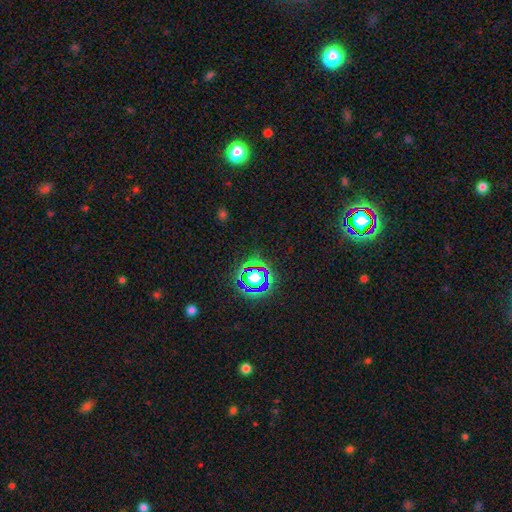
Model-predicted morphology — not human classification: smooth_or_featured: star or artifact (p=0.77) [alt: smooth p=0.15]